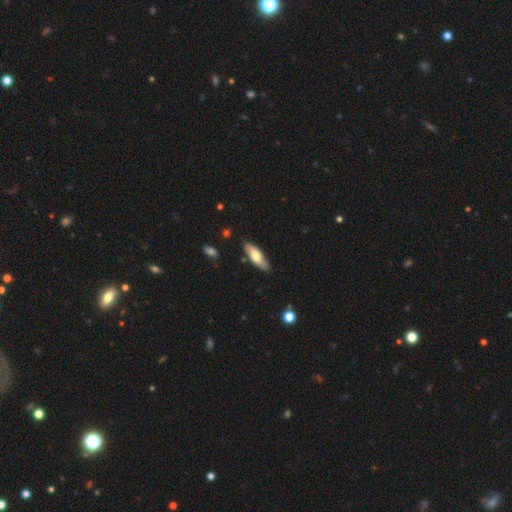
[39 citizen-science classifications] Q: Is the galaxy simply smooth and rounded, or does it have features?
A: smooth — 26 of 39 (67%).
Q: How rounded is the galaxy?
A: in between — 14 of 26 (54%).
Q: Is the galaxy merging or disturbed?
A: none — 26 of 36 (72%).